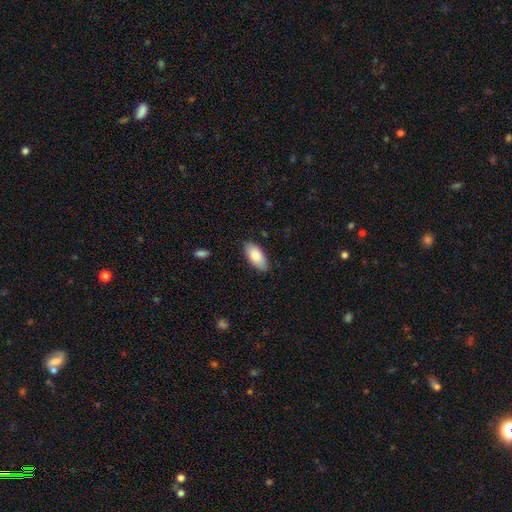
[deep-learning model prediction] Smooth or featured?
  - smooth: 86% *
  - featured or disk: 8%
  - star or artifact: 6%
How rounded?
  - in between: 90% *
  - cigar-shaped: 8%
  - round: 2%
Merging?
  - none: 85% *
  - minor disturbance: 12%
  - major disturbance: 2%
  - merger: 1%